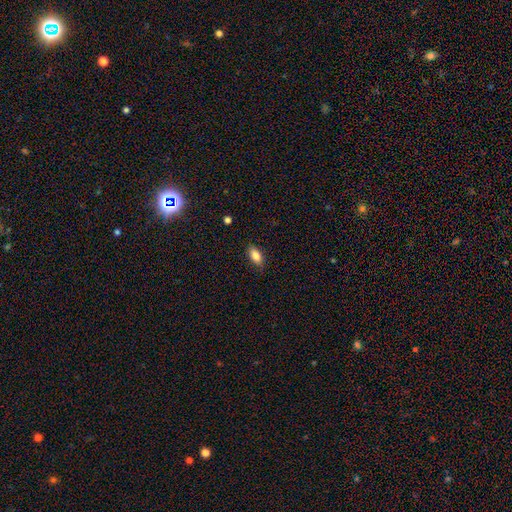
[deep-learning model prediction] A smooth galaxy with no disk features (85%) that is in between round and cigar-shaped (90%).

Vote fractions:
- Smooth or featured? smooth: 85% / star or artifact: 8% / featured or disk: 7%
- How rounded? in between: 90% / cigar-shaped: 6% / round: 4%
- Merging? none: 86% / minor disturbance: 10% / major disturbance: 2% / merger: 1%